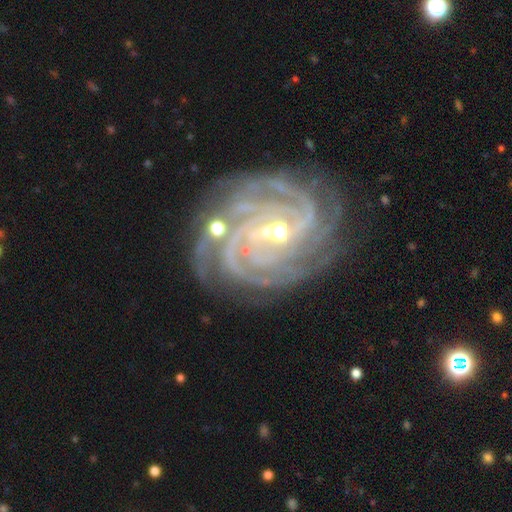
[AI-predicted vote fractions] This is clearly a featured or disk galaxy (92%). It is clearly not viewed edge-on (97%). Bar: possibly strong (46%). Spiral arm pattern: clearly yes (99%). Spiral arm count: marginally 4 (34%). Spiral winding: likely tight (80%). Central bulge: possibly small (58%). Merging: clearly none (80%).